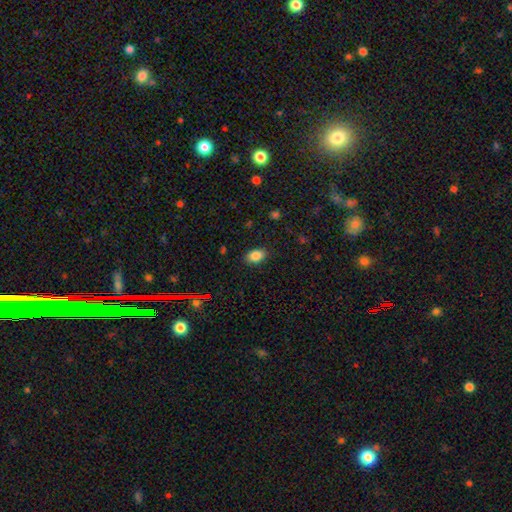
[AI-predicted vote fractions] This appears to be a smooth galaxy with no disk features (85%) that is in between round and cigar-shaped (85%). Merging: none (86%).